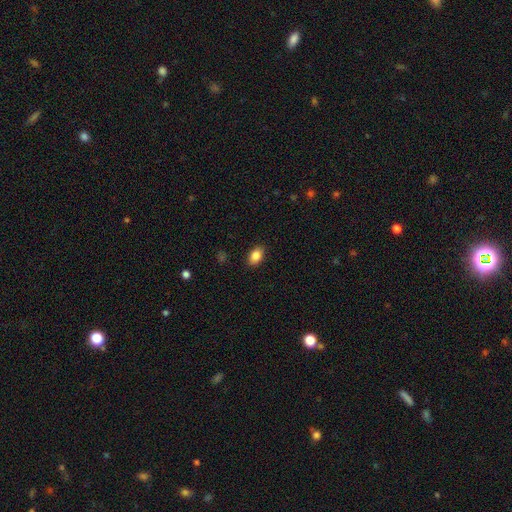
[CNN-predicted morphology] This appears to be a smooth galaxy with no disk features (86%) that is in between round and cigar-shaped (86%). Merging: none (88%).